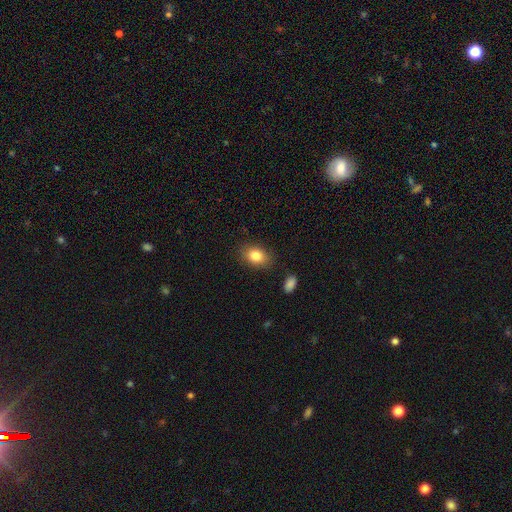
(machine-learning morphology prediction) The model was most divided on "how rounded": in between: 75%, round: 24%, cigar-shaped: 1%. More confident: smooth or featured — smooth (84%); merging — none (84%).